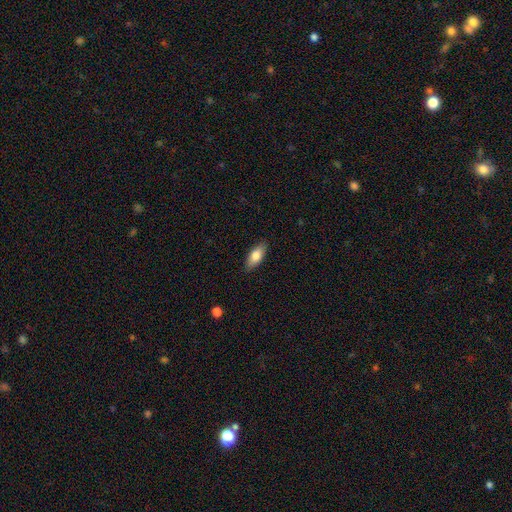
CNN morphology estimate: Q: Smooth or featured?
A: smooth (79%); runner-up: featured or disk (15%)
Q: How rounded?
A: in between (79%); runner-up: cigar-shaped (18%)
Q: Merging?
A: none (88%); runner-up: minor disturbance (9%)